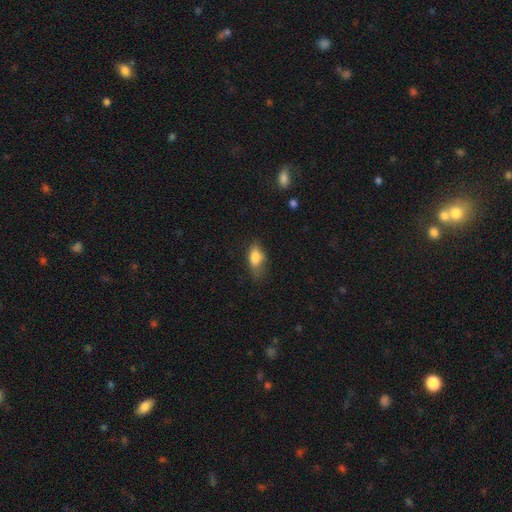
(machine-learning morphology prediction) Smooth or featured? smooth (80%)
How rounded? in between (84%)
Merging? none (54%)